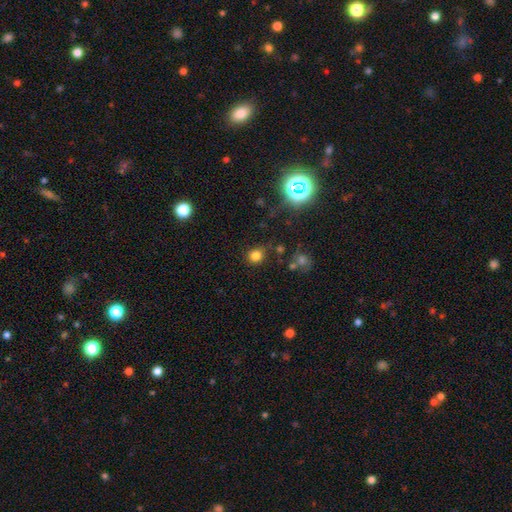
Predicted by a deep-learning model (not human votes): smooth 78%, star or artifact 17%, featured or disk 6%. Down the decision tree: how rounded — round (84%); merging — none (78%).